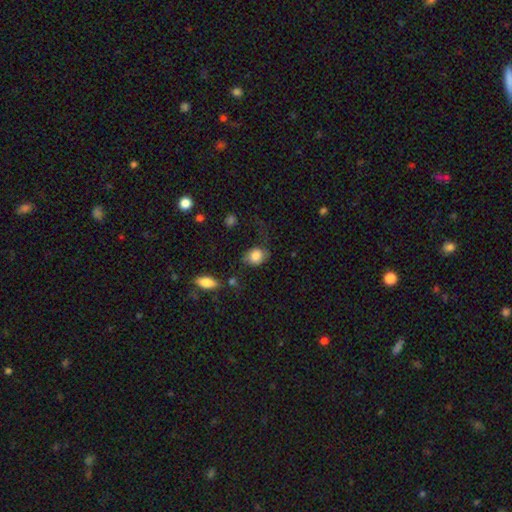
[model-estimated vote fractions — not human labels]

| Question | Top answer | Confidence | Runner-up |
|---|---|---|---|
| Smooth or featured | smooth | 81% | featured or disk (11%) |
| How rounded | in between | 56% | round (43%) |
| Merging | none | 54% | minor disturbance (26%) |